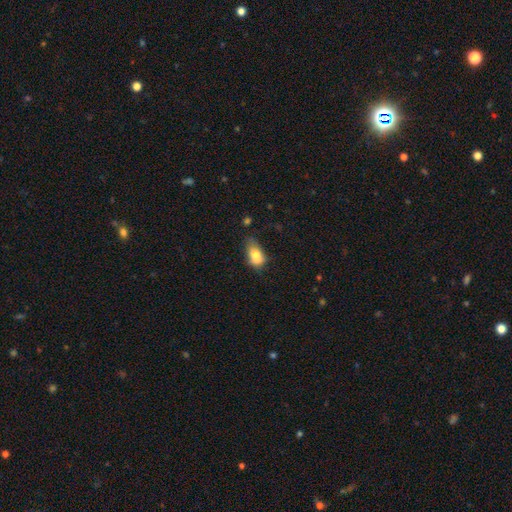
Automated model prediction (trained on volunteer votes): Q: Smooth or featured?
A: smooth (76%); runner-up: featured or disk (15%)
Q: How rounded?
A: in between (86%); runner-up: round (11%)
Q: Merging?
A: minor disturbance (36%); runner-up: none (35%)